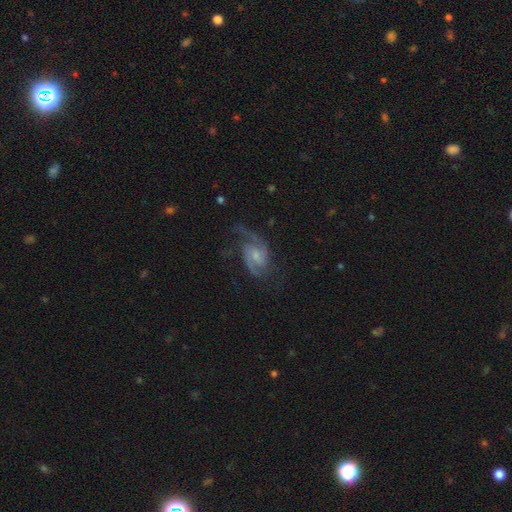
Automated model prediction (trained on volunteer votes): Overall: featured or disk (85%). Edge-on disk: no (97%). Bar: no (49%; weak 43%). Spiral arms: yes (96%). Spiral arm count: 2 (81%). Spiral winding: medium (51%; loose 30%). Bulge size: small (54%; moderate 29%). Merging: none (60%; minor disturbance 20%).